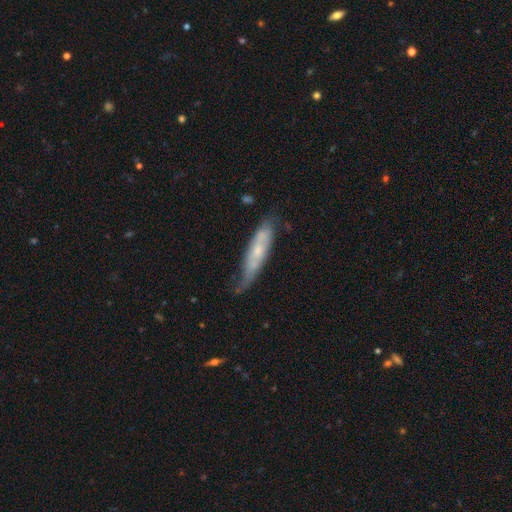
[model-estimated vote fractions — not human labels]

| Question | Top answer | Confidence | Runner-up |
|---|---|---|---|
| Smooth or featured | featured or disk | 56% | smooth (33%) |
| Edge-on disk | yes | 55% | no (45%) |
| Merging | none | 66% | minor disturbance (25%) |